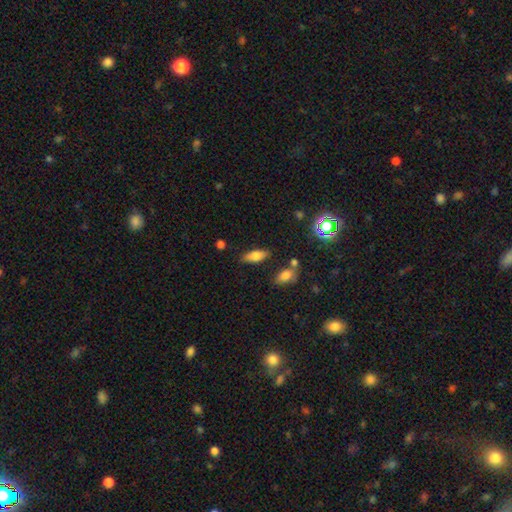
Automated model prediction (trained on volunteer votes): Smooth or featured?
  - smooth: 73% *
  - featured or disk: 18%
  - star or artifact: 9%
How rounded?
  - in between: 73% *
  - cigar-shaped: 24%
  - round: 3%
Merging?
  - none: 80% *
  - minor disturbance: 12%
  - merger: 4%
  - major disturbance: 3%